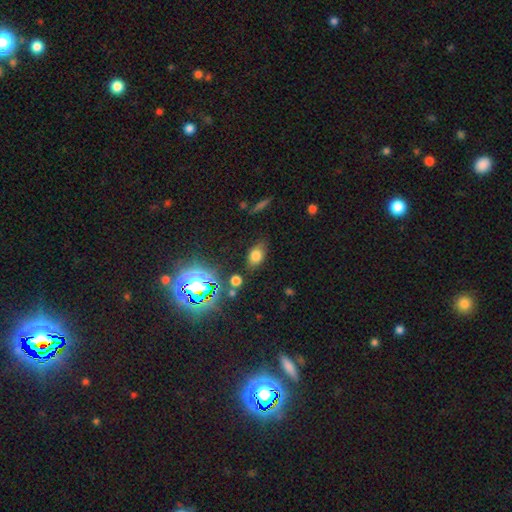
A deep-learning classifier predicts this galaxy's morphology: smooth_or_featured: smooth (p=0.68) [alt: star or artifact p=0.20]
how_rounded: in between (p=0.80) [alt: round p=0.18]
merging: none (p=0.75) [alt: minor disturbance p=0.17]